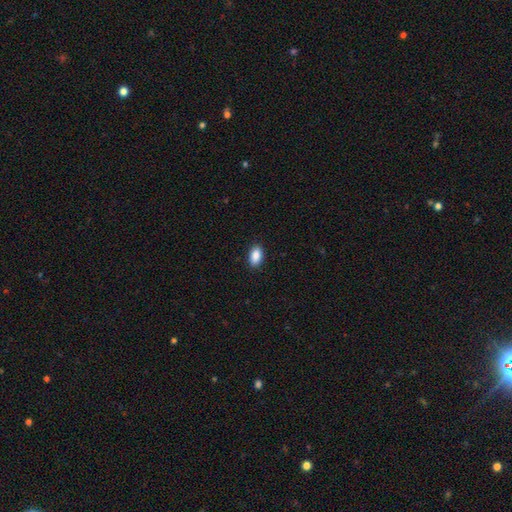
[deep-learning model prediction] This appears to be a smooth galaxy with no disk features (89%) that is in between round and cigar-shaped (93%). Merging: none (89%).